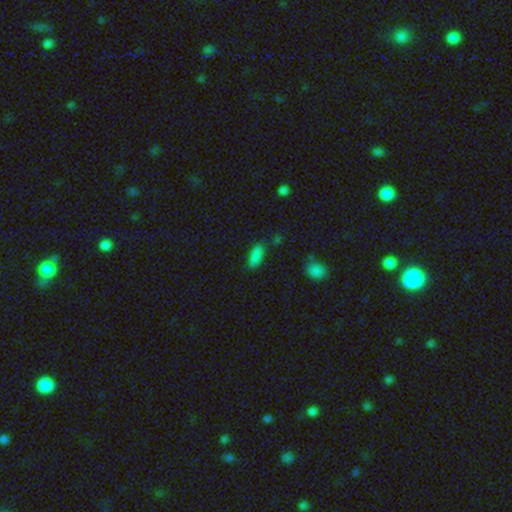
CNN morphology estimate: Smooth or featured: smooth — 83% (star or artifact — 12%)
How rounded: in between — 83% (cigar-shaped — 14%)
Merging: none — 73% (minor disturbance — 19%)